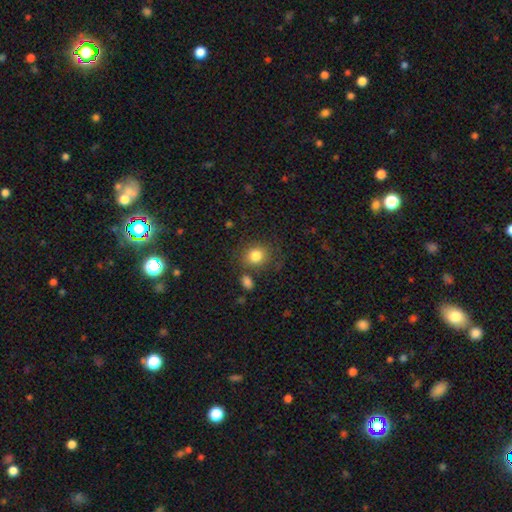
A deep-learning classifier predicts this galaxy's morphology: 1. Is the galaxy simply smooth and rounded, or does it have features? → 83% smooth, 10% star or artifact, 7% featured or disk.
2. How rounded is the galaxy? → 70% round, 29% in between, 1% cigar-shaped.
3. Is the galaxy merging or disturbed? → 74% none, 13% minor disturbance, 8% merger, 5% major disturbance.